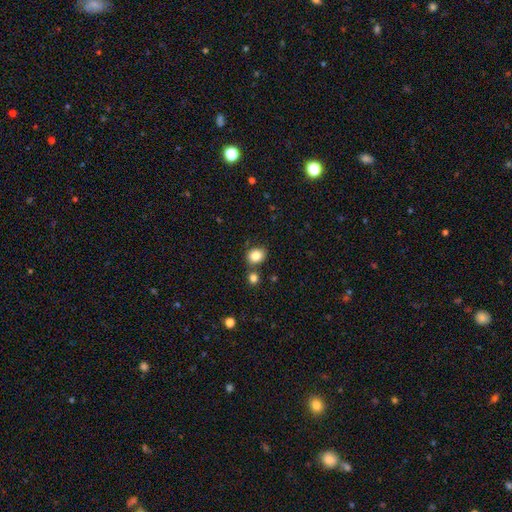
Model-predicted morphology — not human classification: type=smooth (85%); roundness=round (59%); merging=none (75%).